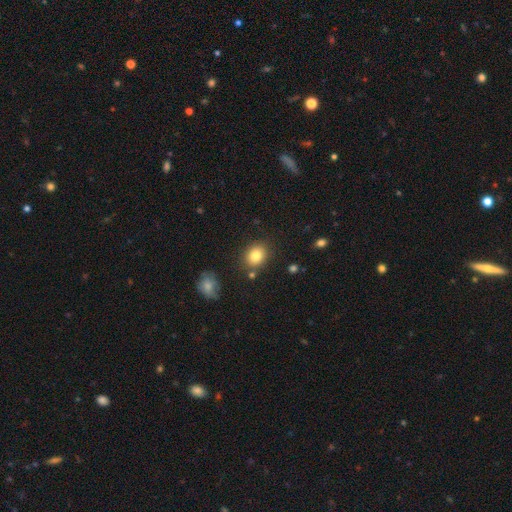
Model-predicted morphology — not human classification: The model was most divided on "how rounded": round: 56%, in between: 43%, cigar-shaped: 1%. More confident: smooth or featured — smooth (83%); merging — none (81%).